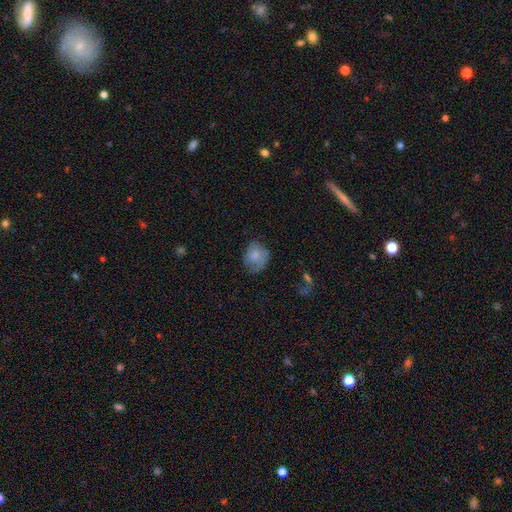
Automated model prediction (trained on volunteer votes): Smooth or featured? smooth (74%)
How rounded? round (67%)
Merging? none (60%)